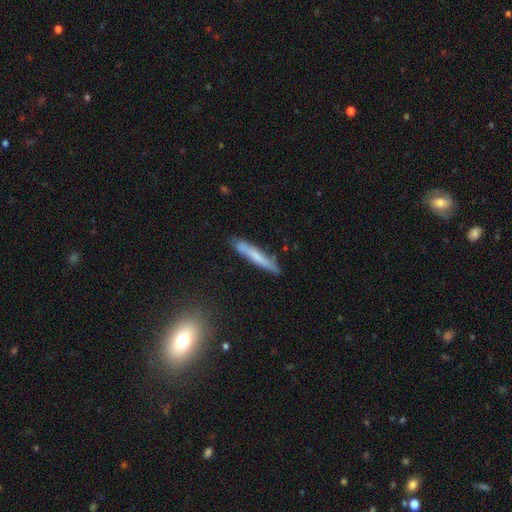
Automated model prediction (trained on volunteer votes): Smooth or featured: smooth — 55% (featured or disk — 38%)
How rounded: cigar-shaped — 94% (in between — 4%)
Merging: none — 79% (minor disturbance — 15%)